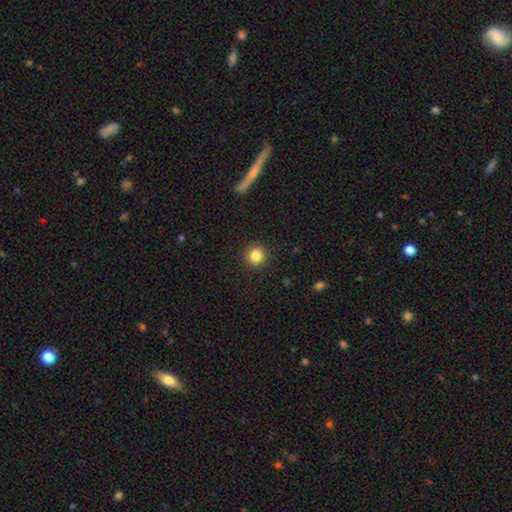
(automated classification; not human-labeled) Smooth or featured: smooth — 84% (star or artifact — 11%)
How rounded: round — 94% (in between — 5%)
Merging: none — 92% (minor disturbance — 5%)